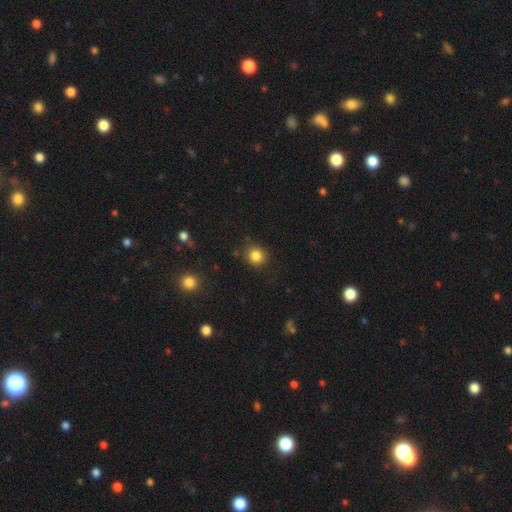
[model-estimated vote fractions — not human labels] This appears to be a smooth galaxy with no disk features (84%) that is round (89%). Merging: none (86%).